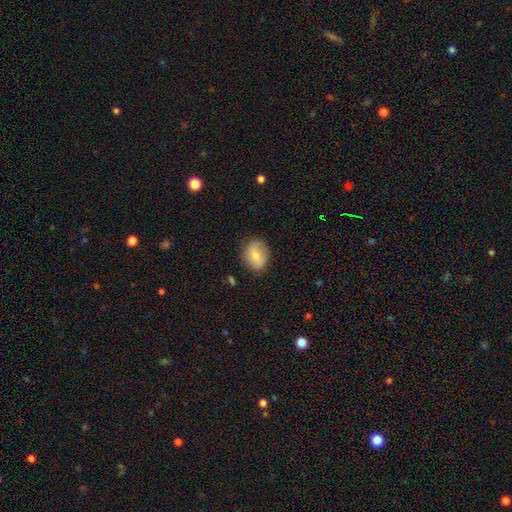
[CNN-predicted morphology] smooth-or-featured: smooth: 68% | featured or disk: 24% | star or artifact: 8%
  how-rounded: in between: 51% | round: 48% | cigar-shaped: 1%
  merging: none: 80% | minor disturbance: 15% | major disturbance: 4% | merger: 1%